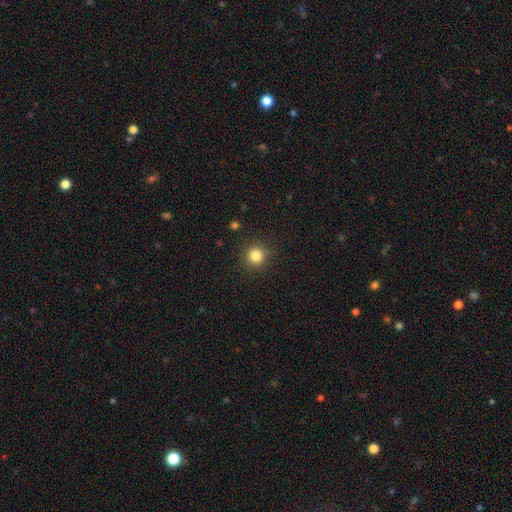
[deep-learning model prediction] smooth-or-featured: smooth: 83% | star or artifact: 12% | featured or disk: 5%
  how-rounded: round: 94% | in between: 5% | cigar-shaped: 1%
  merging: none: 91% | minor disturbance: 6% | major disturbance: 2% | merger: 1%